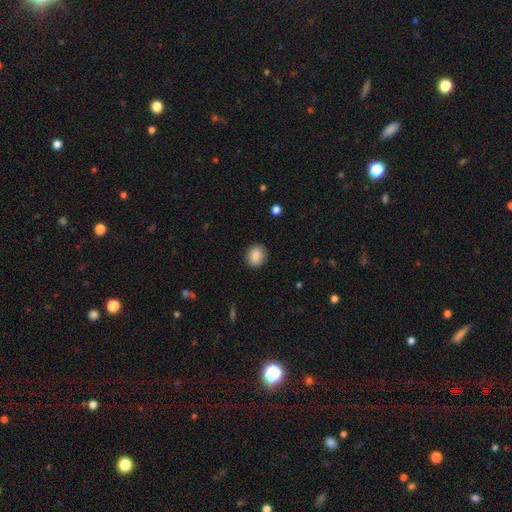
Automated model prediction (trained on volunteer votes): The model was most divided on "how rounded": round: 60%, in between: 39%, cigar-shaped: 1%. More confident: merging — none (89%); smooth or featured — smooth (87%).